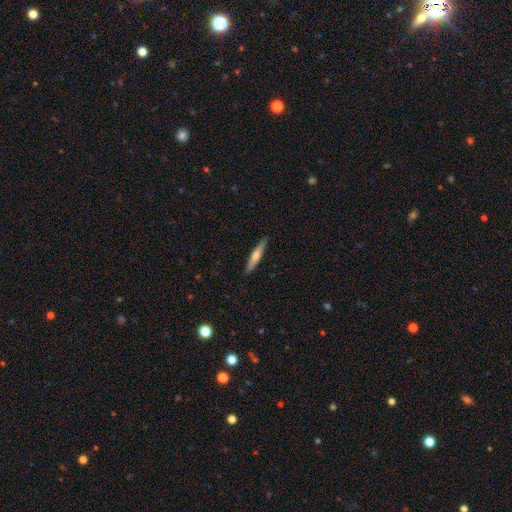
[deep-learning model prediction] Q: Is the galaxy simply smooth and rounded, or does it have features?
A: featured or disk — 49%.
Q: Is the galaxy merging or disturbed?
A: none — 90%.